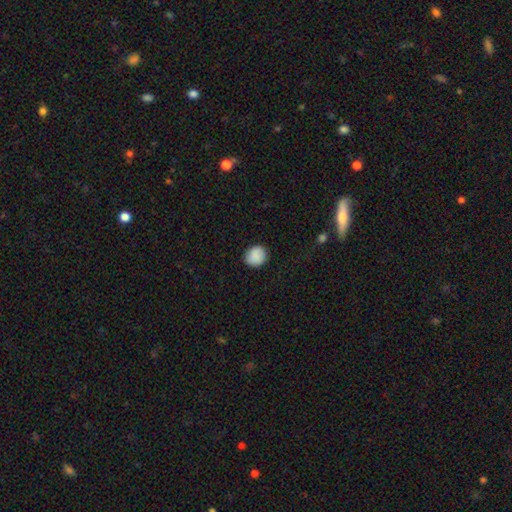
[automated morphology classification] A smooth galaxy with no disk features (88%) that is round (77%).

Vote fractions:
- Smooth or featured? smooth: 88% / star or artifact: 7% / featured or disk: 4%
- How rounded? round: 77% / in between: 22% / cigar-shaped: 1%
- Merging? none: 87% / minor disturbance: 10% / major disturbance: 2% / merger: 1%